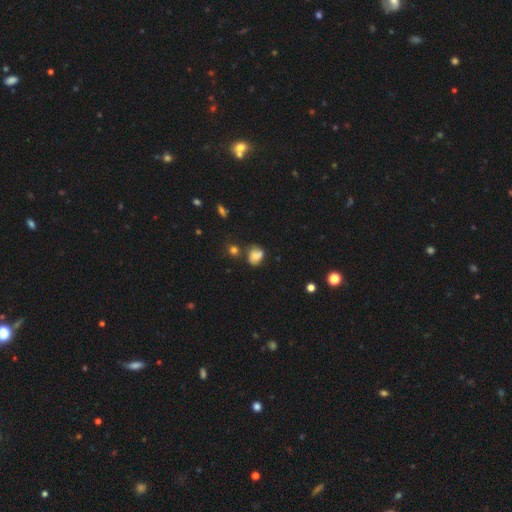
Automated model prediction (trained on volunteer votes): Smooth or featured? Predicted: smooth (p=0.66). How rounded? Predicted: round (p=0.50). Merging? Predicted: none (p=0.50).